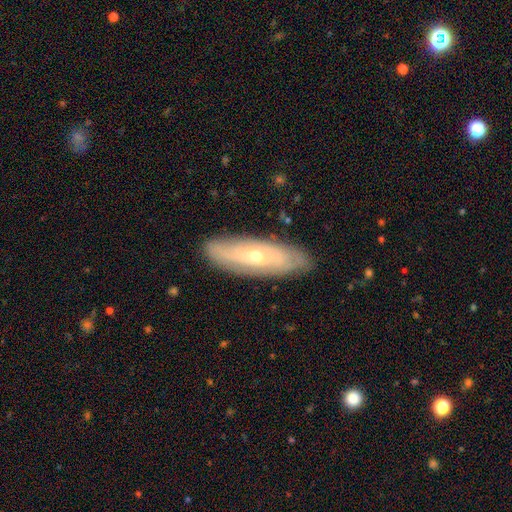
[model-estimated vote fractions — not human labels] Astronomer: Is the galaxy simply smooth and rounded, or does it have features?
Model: featured or disk — 65%.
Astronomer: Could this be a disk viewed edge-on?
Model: no — 72%.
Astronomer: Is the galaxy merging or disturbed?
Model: none — 83%.